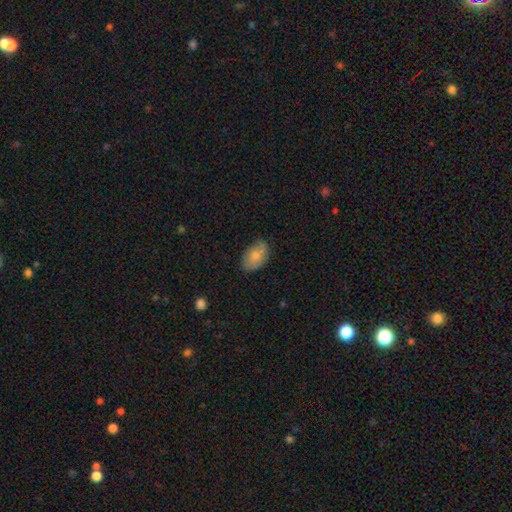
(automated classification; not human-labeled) smooth_or_featured: smooth (p=0.78) [alt: featured or disk p=0.16]
how_rounded: in between (p=0.90) [alt: round p=0.09]
merging: none (p=0.75) [alt: minor disturbance p=0.20]